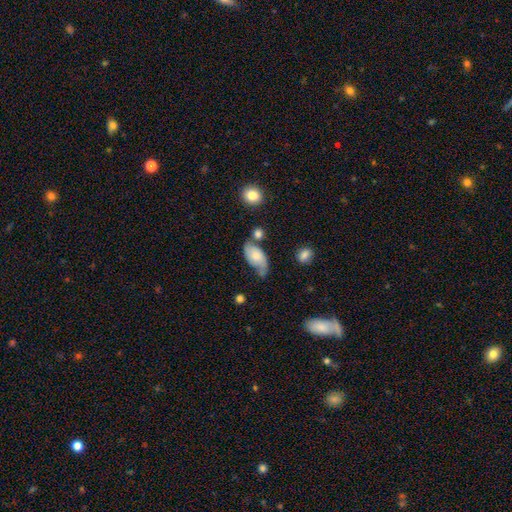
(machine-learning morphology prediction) Smooth or featured?
  - smooth: 60% *
  - featured or disk: 33%
  - star or artifact: 7%
How rounded?
  - in between: 92% *
  - round: 5%
  - cigar-shaped: 3%
Merging?
  - none: 39% *
  - minor disturbance: 32%
  - major disturbance: 14%
  - merger: 14%